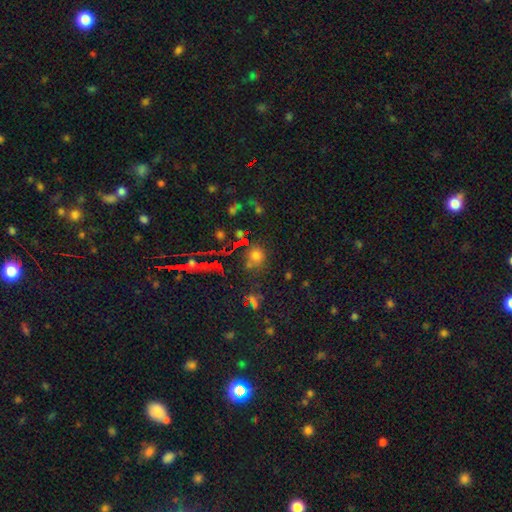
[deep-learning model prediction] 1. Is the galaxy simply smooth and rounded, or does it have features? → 57% smooth, 35% star or artifact, 9% featured or disk.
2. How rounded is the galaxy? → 81% round, 18% in between, 2% cigar-shaped.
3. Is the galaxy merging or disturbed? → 70% none, 14% minor disturbance, 9% merger, 7% major disturbance.